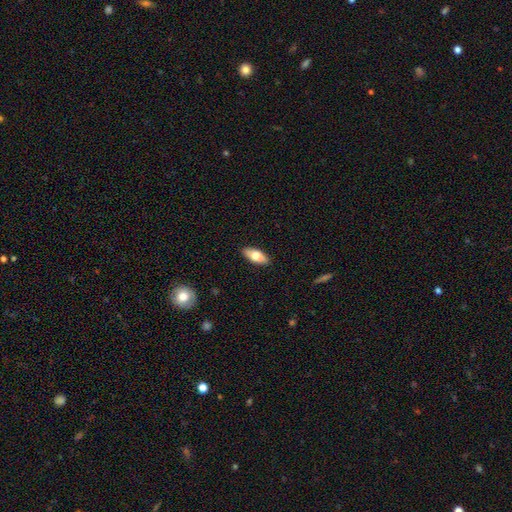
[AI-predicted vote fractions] smooth 73%, featured or disk 21%, star or artifact 6%. Down the decision tree: how rounded — in between (80%); merging — none (88%).